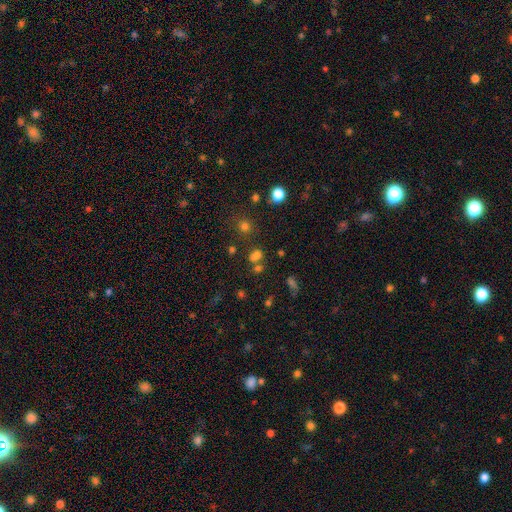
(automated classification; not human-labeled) This is likely a smooth galaxy (62%). How rounded: possibly round (55%). Merging: possibly none (51%).